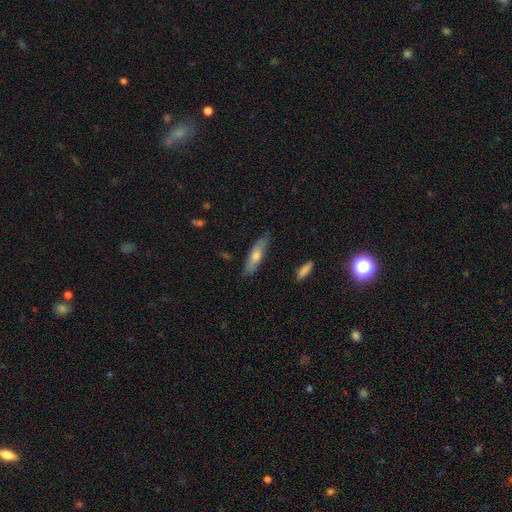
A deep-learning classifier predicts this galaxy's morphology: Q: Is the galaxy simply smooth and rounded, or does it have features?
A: smooth — 57%.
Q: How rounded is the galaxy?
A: cigar-shaped — 66%.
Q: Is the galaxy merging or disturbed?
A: none — 82%.